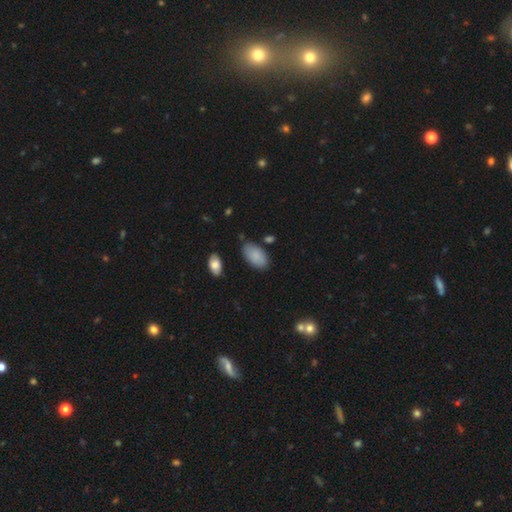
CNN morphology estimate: Q: Smooth or featured?
A: smooth (87%); runner-up: featured or disk (7%)
Q: How rounded?
A: in between (95%); runner-up: round (3%)
Q: Merging?
A: none (78%); runner-up: minor disturbance (15%)